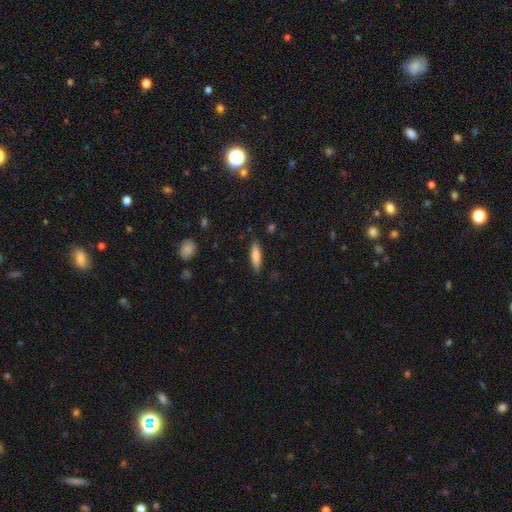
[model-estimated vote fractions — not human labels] Overall: smooth (77%). How rounded: cigar-shaped (73%). Merging: none (86%).